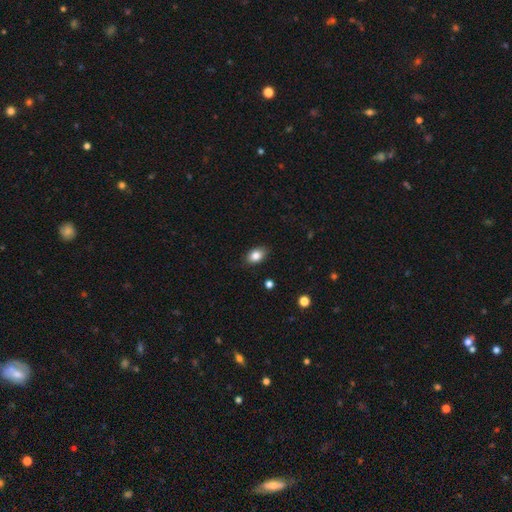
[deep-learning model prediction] The model was most divided on "how rounded": in between: 85%, round: 13%, cigar-shaped: 1%. More confident: merging — none (86%); smooth or featured — smooth (84%).